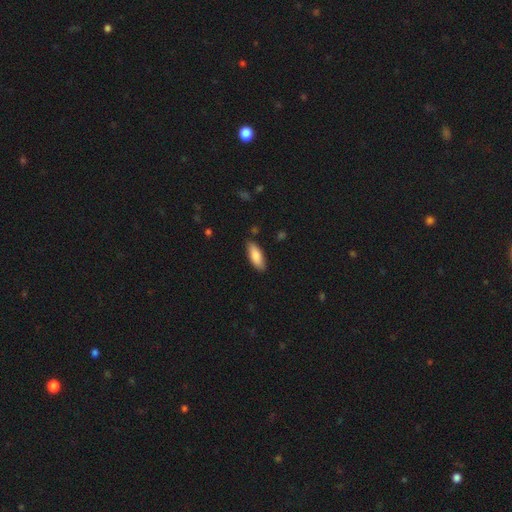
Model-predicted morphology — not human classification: Overall: smooth (83%). How rounded: in between (69%; cigar-shaped 29%). Merging: none (85%).